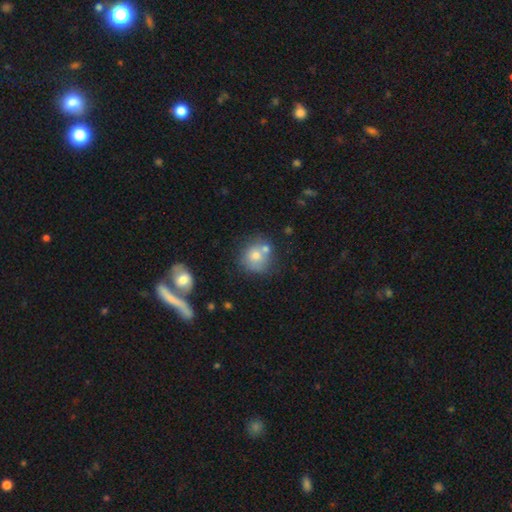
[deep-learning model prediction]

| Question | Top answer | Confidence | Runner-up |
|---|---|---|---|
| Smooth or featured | smooth | 68% | featured or disk (21%) |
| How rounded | round | 85% | in between (14%) |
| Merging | none | 50% | merger (30%) |